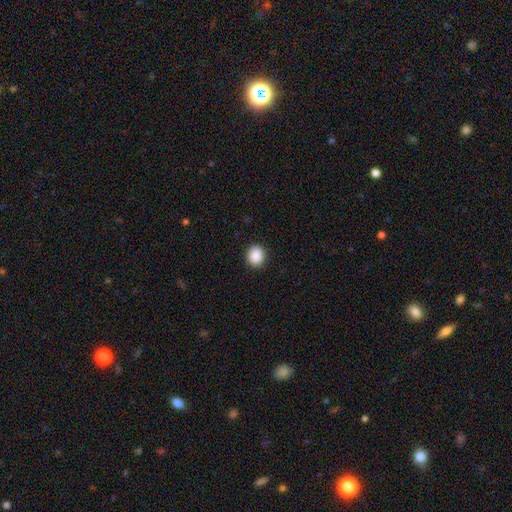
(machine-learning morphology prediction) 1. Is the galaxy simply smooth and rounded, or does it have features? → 89% smooth, 8% star or artifact, 3% featured or disk.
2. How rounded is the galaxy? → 75% round, 24% in between, 1% cigar-shaped.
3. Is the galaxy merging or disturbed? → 90% none, 7% minor disturbance, 2% major disturbance, 1% merger.